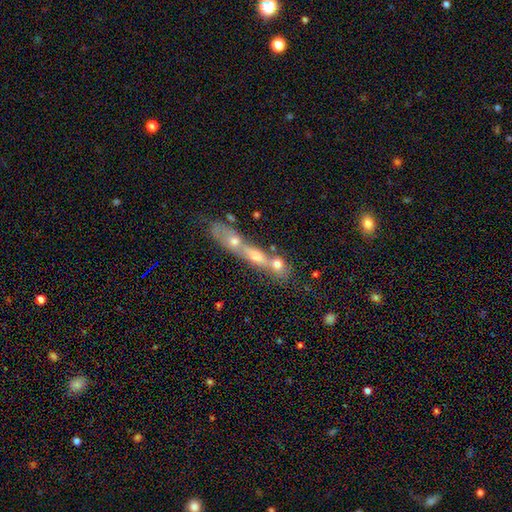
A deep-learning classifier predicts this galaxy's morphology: Q: Smooth or featured?
A: featured or disk (42%); runner-up: smooth (37%)
Q: Merging?
A: merger (41%); tied with: none (41%)